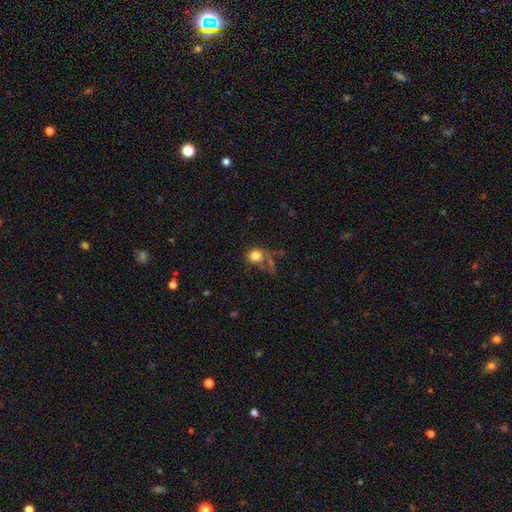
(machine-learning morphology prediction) A smooth galaxy with no disk features (76%) that is round (76%).

Vote fractions:
- Smooth or featured? smooth: 76% / star or artifact: 12% / featured or disk: 12%
- How rounded? round: 76% / in between: 23% / cigar-shaped: 1%
- Merging? none: 40% / major disturbance: 28% / minor disturbance: 18% / merger: 14%